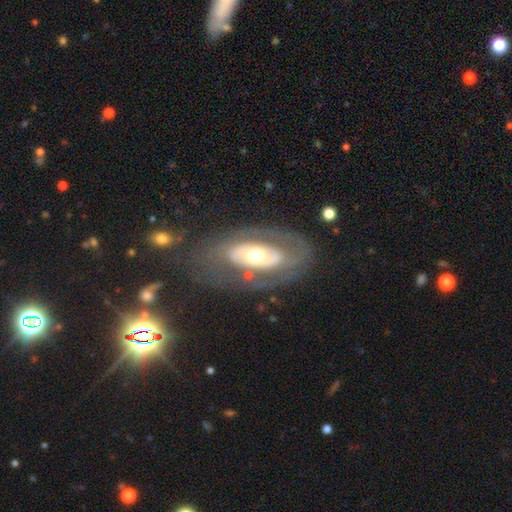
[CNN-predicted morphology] Q: Smooth or featured?
A: featured or disk (70%); runner-up: smooth (24%)
Q: Edge-on disk?
A: no (91%); runner-up: yes (9%)
Q: Bar?
A: no (73%); runner-up: weak (16%)
Q: Spiral arms?
A: no (58%); runner-up: yes (42%)
Q: Bulge size?
A: moderate (64%); runner-up: large (22%)
Q: Merging?
A: none (69%); runner-up: minor disturbance (15%)